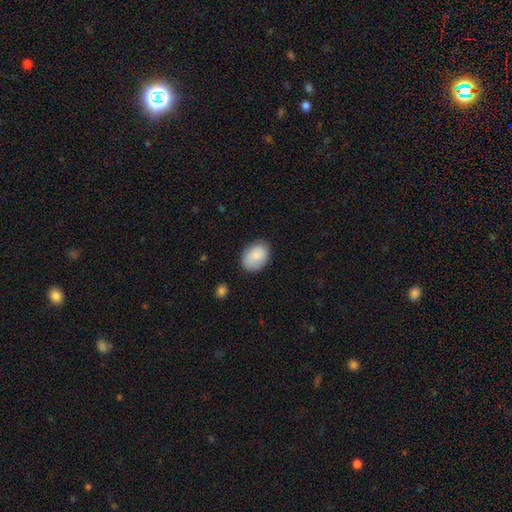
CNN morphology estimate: smooth 87%, featured or disk 7%, star or artifact 6%. Down the decision tree: how rounded — in between (79%); merging — none (81%).